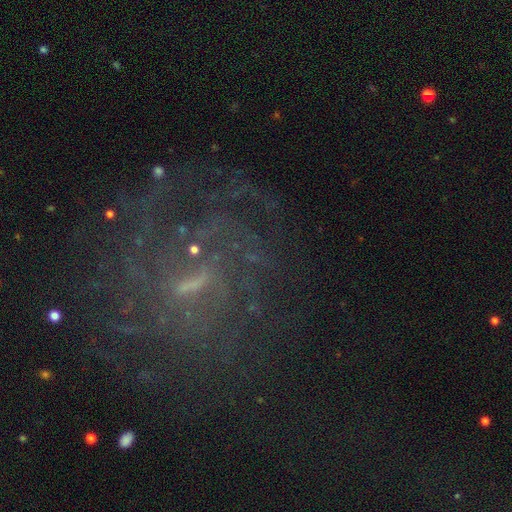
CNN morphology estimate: The model was most divided on "spiral winding": tight: 53%, medium: 34%, loose: 13%. Remaining: edge-on disk — no (96%); spiral arms — yes (88%); smooth or featured — featured or disk (75%); merging — none (69%); bar — weak (55%); bulge size — small (55%); spiral arm count — can't tell (48%).